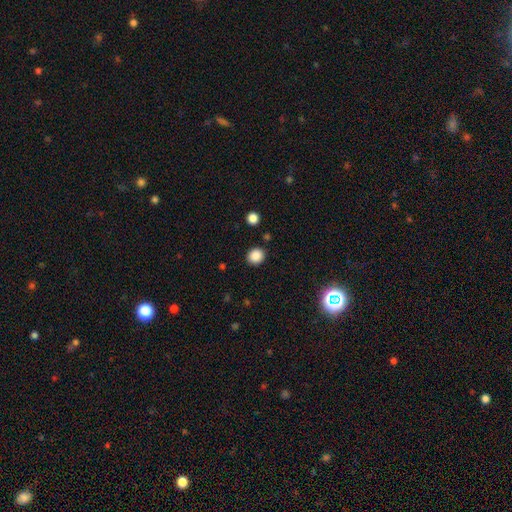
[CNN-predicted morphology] smooth_or_featured: smooth (p=0.87) [alt: star or artifact p=0.10]
how_rounded: round (p=0.83) [alt: in between p=0.16]
merging: none (p=0.88) [alt: minor disturbance p=0.07]